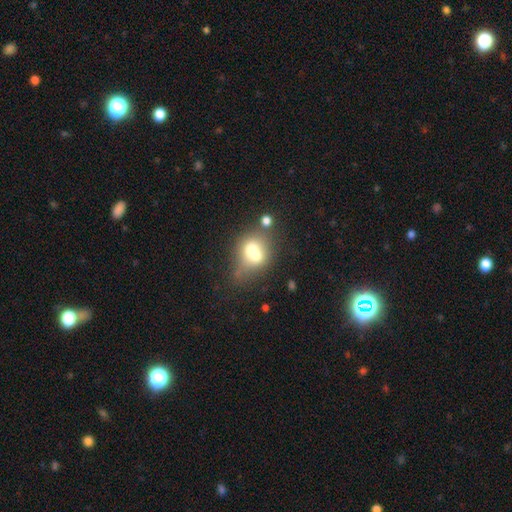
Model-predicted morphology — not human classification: smooth-or-featured: smooth: 62% | featured or disk: 27% | star or artifact: 11%
  how-rounded: round: 63% | in between: 35% | cigar-shaped: 1%
  merging: merger: 61% | none: 25% | minor disturbance: 9% | major disturbance: 5%